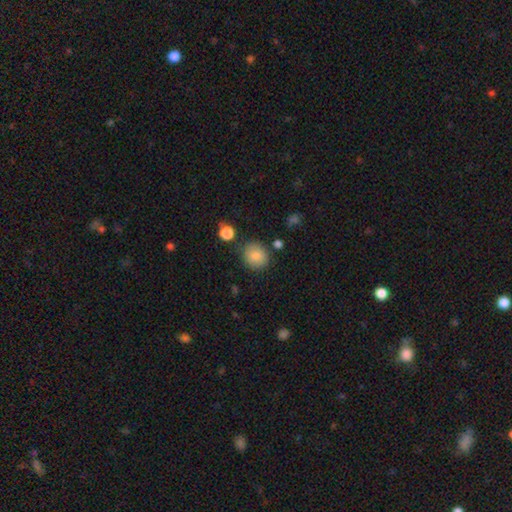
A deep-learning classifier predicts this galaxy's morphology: smooth-or-featured: smooth: 83% | star or artifact: 9% | featured or disk: 8%
  how-rounded: round: 82% | in between: 17% | cigar-shaped: 1%
  merging: none: 81% | minor disturbance: 12% | merger: 4% | major disturbance: 3%